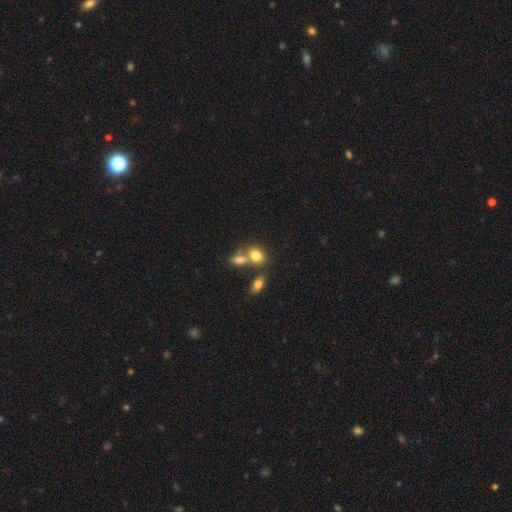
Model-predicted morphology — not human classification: A smooth galaxy with no disk features (79%) that is in between round and cigar-shaped (60%).

Vote fractions:
- Smooth or featured? smooth: 79% / featured or disk: 11% / star or artifact: 10%
- How rounded? in between: 60% / round: 38% / cigar-shaped: 2%
- Merging? merger: 45% / none: 40% / minor disturbance: 11% / major disturbance: 5%